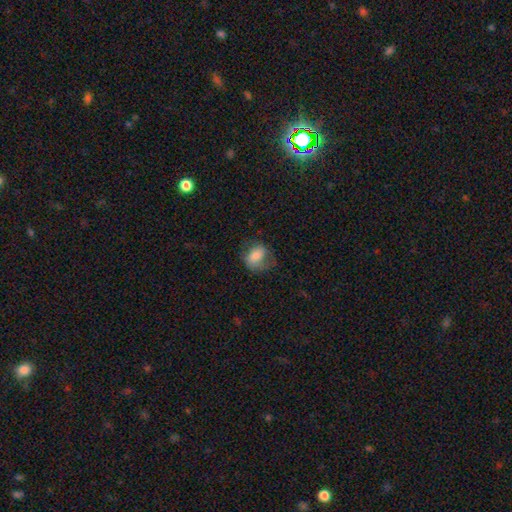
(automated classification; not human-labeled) smooth-or-featured: smooth: 60% | featured or disk: 32% | star or artifact: 8%
  how-rounded: in between: 57% | round: 41% | cigar-shaped: 2%
  merging: none: 57% | minor disturbance: 25% | major disturbance: 16% | merger: 1%